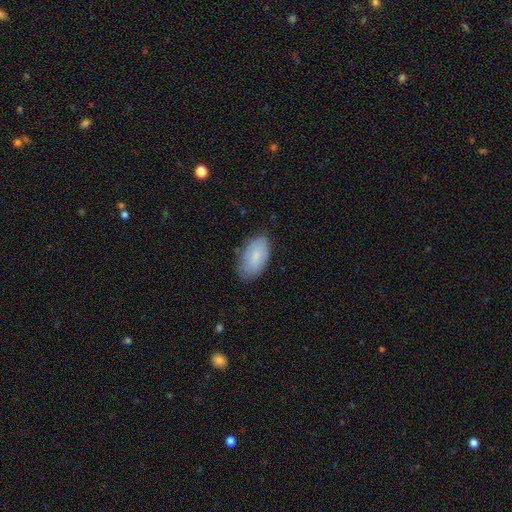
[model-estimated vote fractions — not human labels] A smooth galaxy with no disk features (75%) that is in between round and cigar-shaped (94%).

Vote fractions:
- Smooth or featured? smooth: 75% / featured or disk: 19% / star or artifact: 7%
- How rounded? in between: 94% / round: 3% / cigar-shaped: 3%
- Merging? none: 75% / minor disturbance: 20% / major disturbance: 4% / merger: 1%